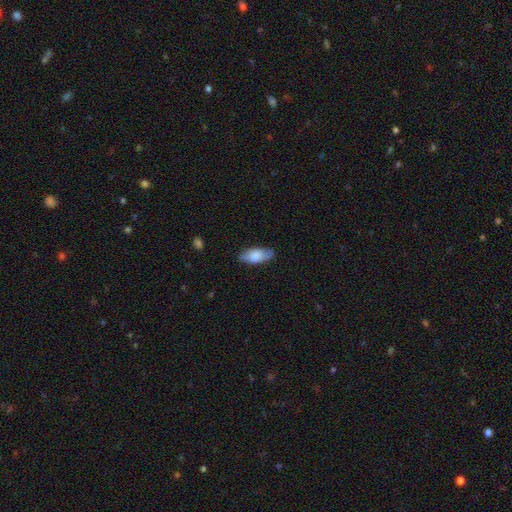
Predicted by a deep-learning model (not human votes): Overall: smooth (77%). How rounded: in between (83%). Merging: none (77%).